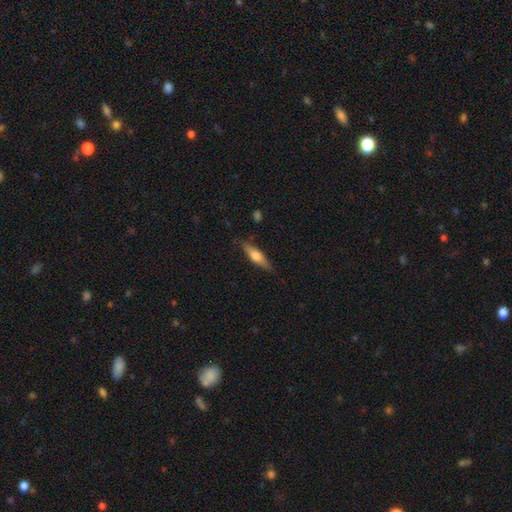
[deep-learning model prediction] This is possibly a smooth galaxy (49%). Merging: clearly none (84%).